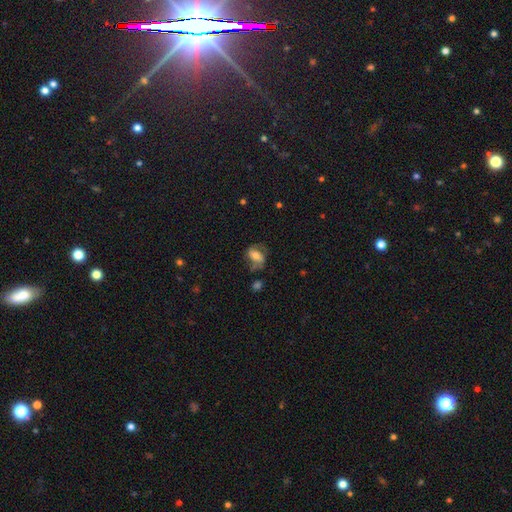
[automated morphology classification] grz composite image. It shows a smooth galaxy with no disk features (46%). Merging: none (54%).